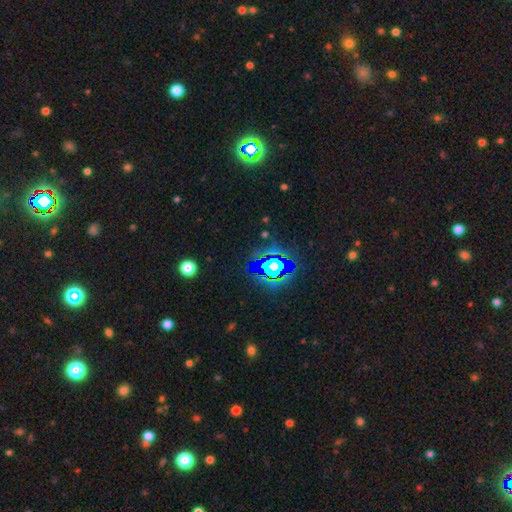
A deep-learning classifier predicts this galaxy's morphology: Smooth or featured: star or artifact — 72% (smooth — 18%)